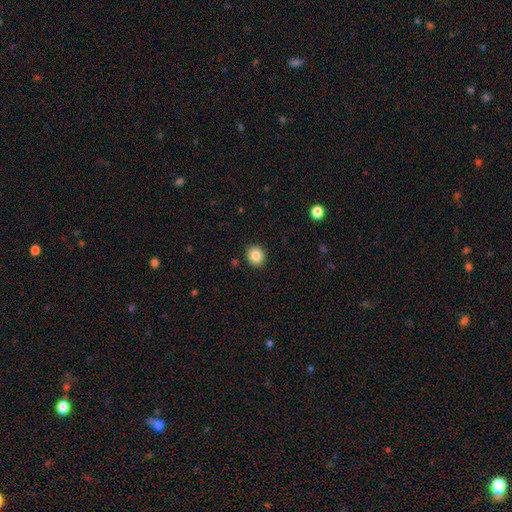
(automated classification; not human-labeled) This appears to be a smooth galaxy with no disk features (85%) that is round (74%). Merging: none (91%).